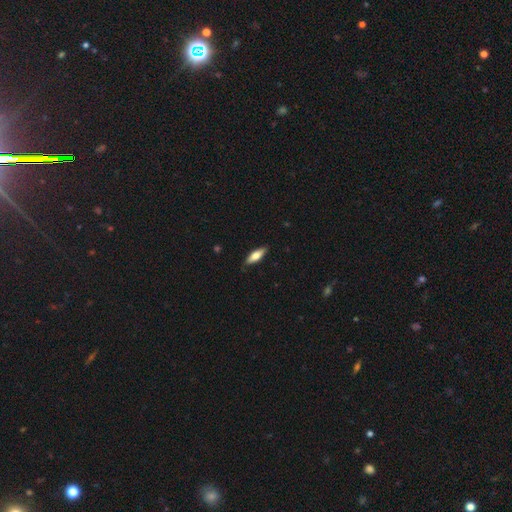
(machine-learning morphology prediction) type=smooth (66%); roundness=in between (55%); merging=none (87%).